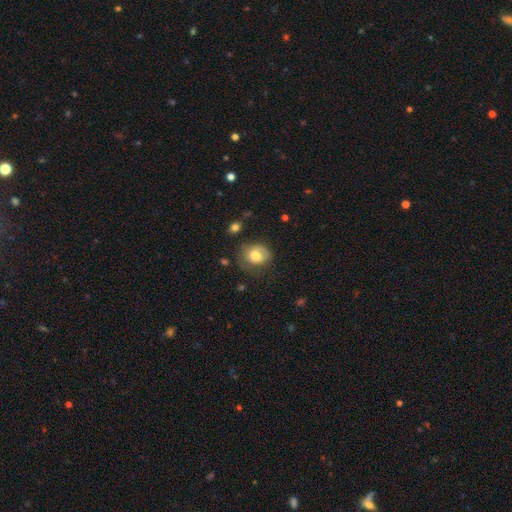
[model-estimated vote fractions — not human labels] Smooth or featured: smooth — 65% (featured or disk — 27%)
How rounded: round — 62% (in between — 37%)
Merging: none — 59% (minor disturbance — 26%)